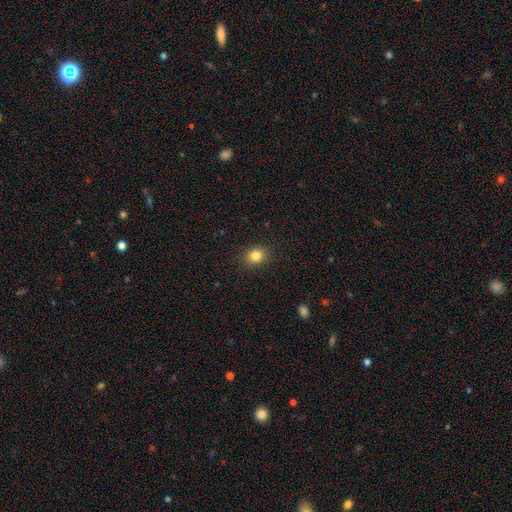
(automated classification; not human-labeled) Smooth or featured? Predicted: smooth (p=0.83). How rounded? Predicted: round (p=0.61). Merging? Predicted: none (p=0.90).